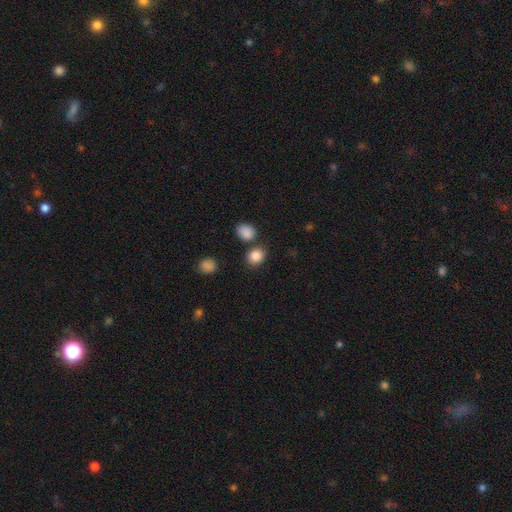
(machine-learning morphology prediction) This appears to be a smooth galaxy with no disk features (85%) that is round (64%). Merging: none (74%).